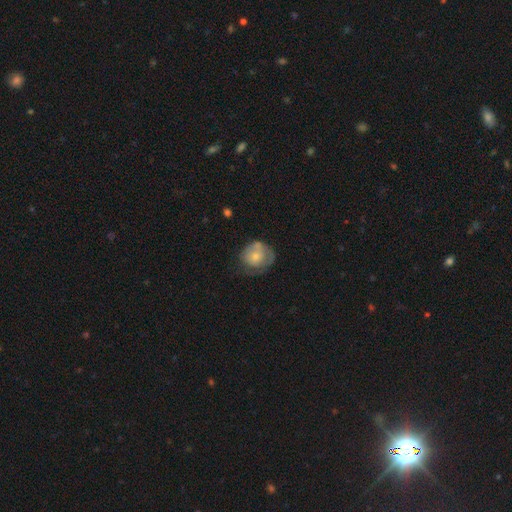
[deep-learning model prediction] The model was most divided on "merging": none: 47%, minor disturbance: 30%, major disturbance: 18%, merger: 5%. More confident: how rounded — round (77%); smooth or featured — smooth (58%).